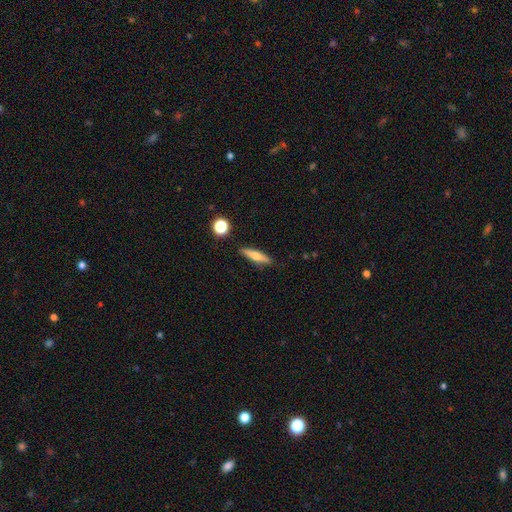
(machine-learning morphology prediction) smooth_or_featured: smooth (p=0.56) [alt: featured or disk p=0.37]
how_rounded: cigar-shaped (p=0.79) [alt: in between p=0.19]
merging: none (p=0.87) [alt: minor disturbance p=0.09]